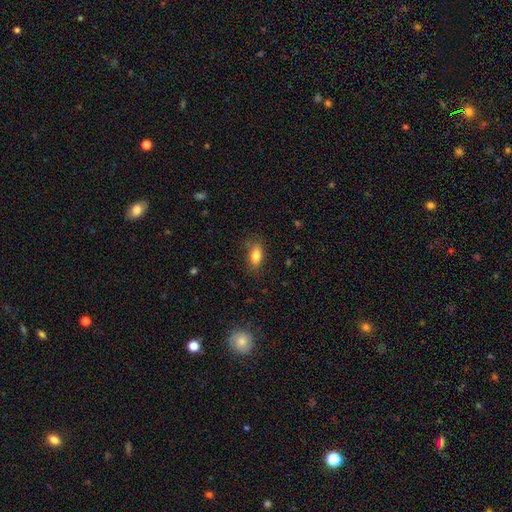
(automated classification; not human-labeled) A smooth galaxy with no disk features (81%) that is in between round and cigar-shaped (84%).

Vote fractions:
- Smooth or featured? smooth: 81% / featured or disk: 10% / star or artifact: 9%
- How rounded? in between: 84% / cigar-shaped: 9% / round: 6%
- Merging? none: 79% / minor disturbance: 16% / major disturbance: 4% / merger: 2%